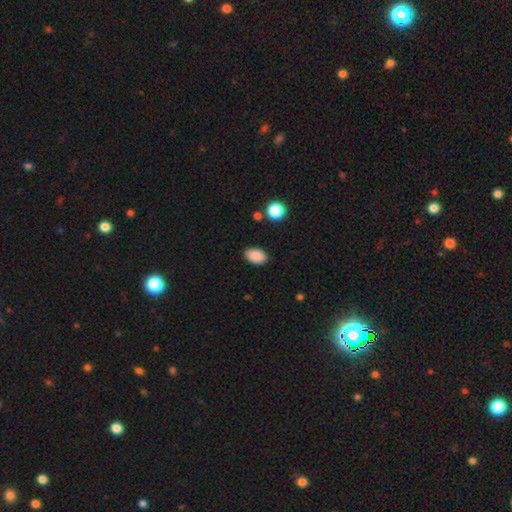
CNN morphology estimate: Smooth or featured? Predicted: smooth (p=0.89). How rounded? Predicted: in between (p=0.89). Merging? Predicted: none (p=0.87).